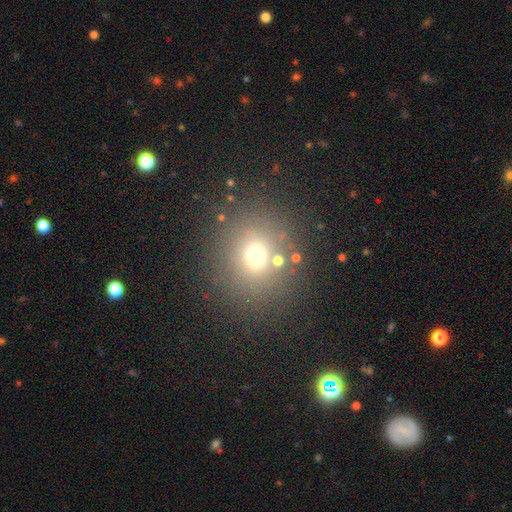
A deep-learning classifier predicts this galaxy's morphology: This is likely a smooth galaxy (67%). How rounded: clearly round (84%). Merging: likely none (79%).